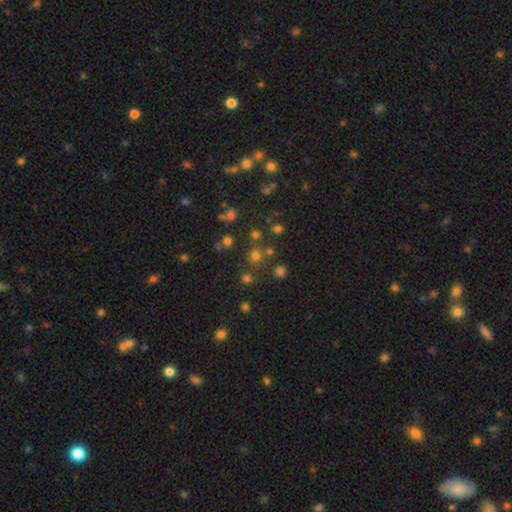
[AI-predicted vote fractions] Overall: smooth (62%; star or artifact 30%). How rounded: round (90%). Merging: none (76%).